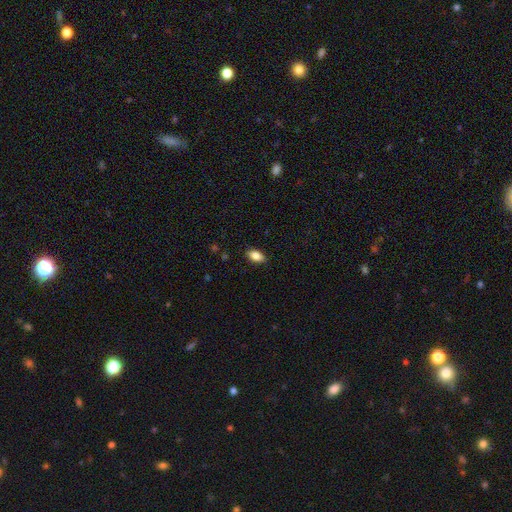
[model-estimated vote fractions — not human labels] smooth-or-featured: smooth: 85% | star or artifact: 8% | featured or disk: 7%
  how-rounded: in between: 91% | round: 5% | cigar-shaped: 4%
  merging: none: 87% | minor disturbance: 10% | major disturbance: 2% | merger: 1%